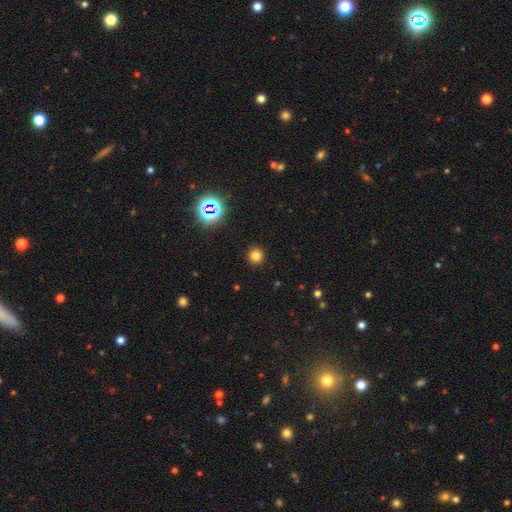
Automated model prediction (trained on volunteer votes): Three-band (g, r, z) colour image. It shows a smooth galaxy with no disk features (77%) that is round (94%). Merging: none (92%).